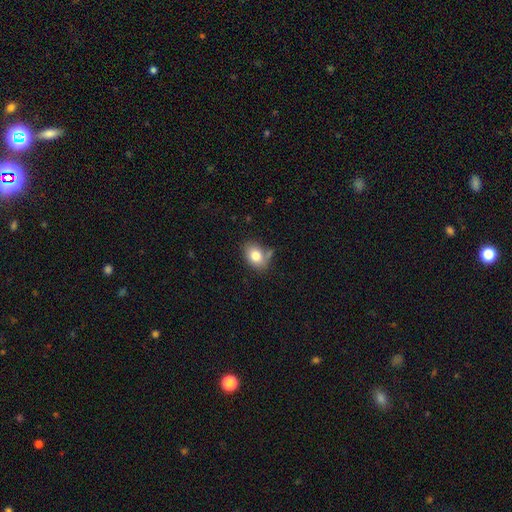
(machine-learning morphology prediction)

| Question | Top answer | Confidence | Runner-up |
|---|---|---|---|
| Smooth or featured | smooth | 80% | featured or disk (11%) |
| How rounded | in between | 71% | round (28%) |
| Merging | none | 65% | minor disturbance (20%) |